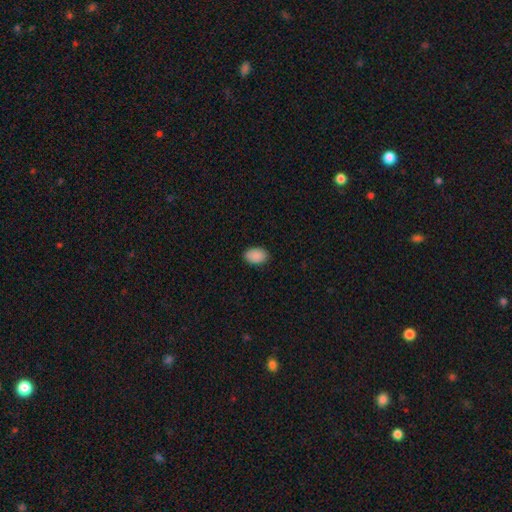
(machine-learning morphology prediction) type=smooth (90%); roundness=in between (88%); merging=none (89%).